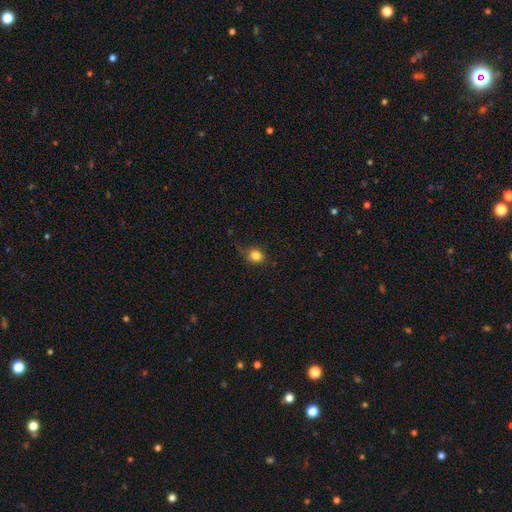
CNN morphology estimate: Q: Smooth or featured?
A: smooth (83%); runner-up: star or artifact (12%)
Q: How rounded?
A: round (74%); runner-up: in between (25%)
Q: Merging?
A: none (74%); runner-up: minor disturbance (20%)